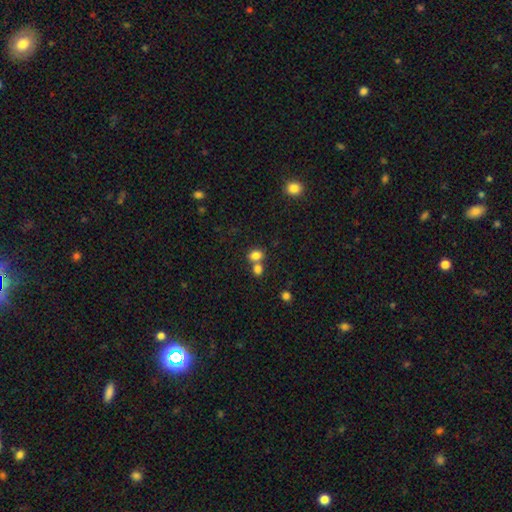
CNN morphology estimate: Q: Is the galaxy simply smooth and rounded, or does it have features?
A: smooth — 81%.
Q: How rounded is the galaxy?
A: in between — 61%.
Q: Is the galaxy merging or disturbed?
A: merger — 47%.